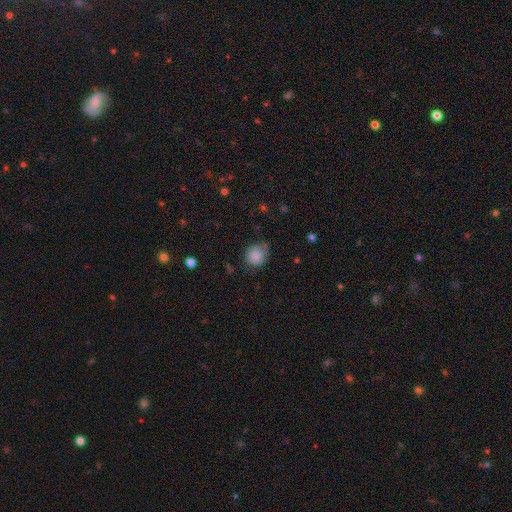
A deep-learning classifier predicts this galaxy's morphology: smooth 84%, star or artifact 9%, featured or disk 7%. Down the decision tree: how rounded — round (79%); merging — none (64%).